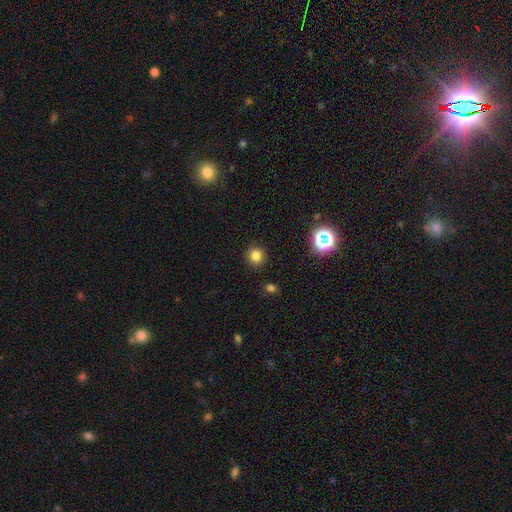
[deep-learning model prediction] A smooth galaxy with no disk features (81%) that is round (92%).

Vote fractions:
- Smooth or featured? smooth: 81% / star or artifact: 14% / featured or disk: 5%
- How rounded? round: 92% / in between: 7% / cigar-shaped: 1%
- Merging? none: 91% / minor disturbance: 6% / major disturbance: 2% / merger: 1%